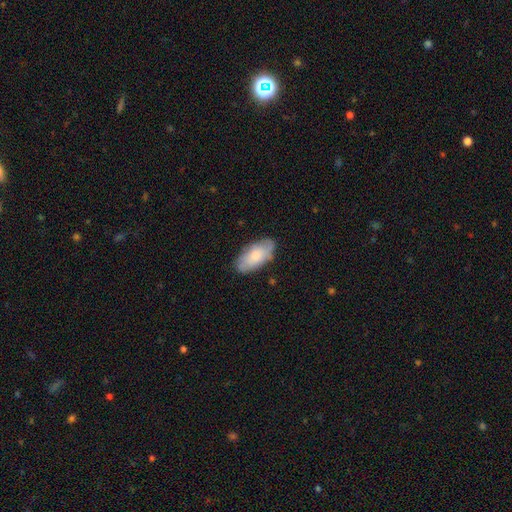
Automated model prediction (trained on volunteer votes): Smooth or featured? smooth (70%)
How rounded? in between (93%)
Merging? none (76%)